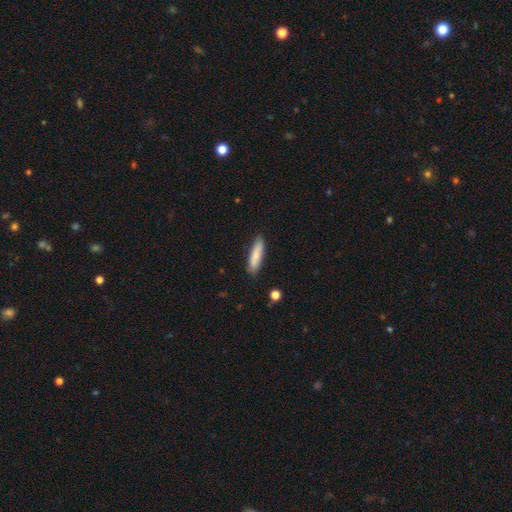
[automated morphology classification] The model was most divided on "how rounded": cigar-shaped: 70%, in between: 29%, round: 1%. More confident: merging — none (84%); smooth or featured — smooth (81%).